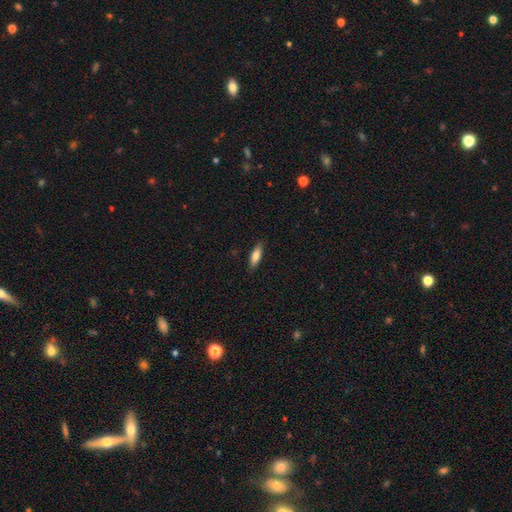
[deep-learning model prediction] Morphology: type=smooth (77%); roundness=in between (56%); merging=none (86%).